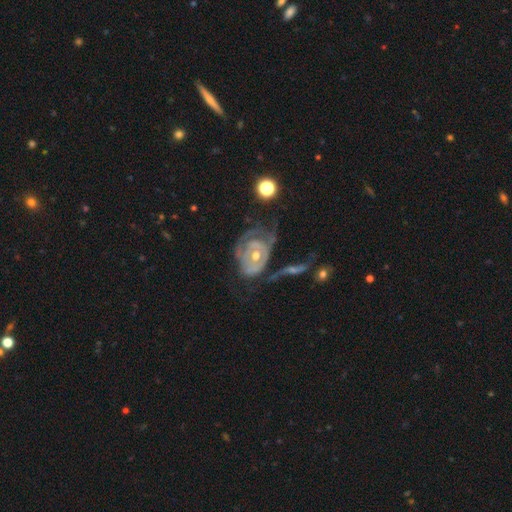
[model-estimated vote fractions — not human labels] smooth-or-featured: featured or disk: 80% | smooth: 13% | star or artifact: 7%
  disk-edge-on: no: 96% | yes: 4%
    bar: no: 73% | weak: 21% | strong: 6%
    has-spiral-arms: yes: 75% | no: 25%
      spiral-winding: tight: 64% | medium: 25% | loose: 11%
      spiral-arm-count: can't tell: 45% | 2: 25% | 1: 13% | 3: 9% | 4: 4% | more than 4: 3%
    bulge-size: moderate: 57% | small: 38% | large: 2% | none: 1% | dominant: 1%
  merging: major disturbance: 34% | none: 32% | minor disturbance: 21% | merger: 12%